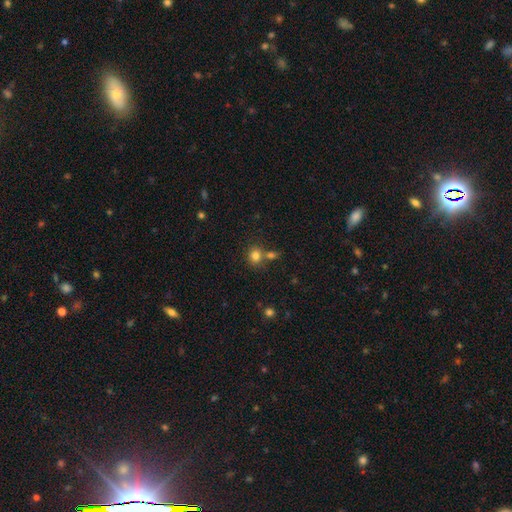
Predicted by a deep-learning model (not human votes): The model was most divided on "merging": none: 62%, merger: 26%, minor disturbance: 9%, major disturbance: 3%. More confident: smooth or featured — smooth (81%); how rounded — round (80%).